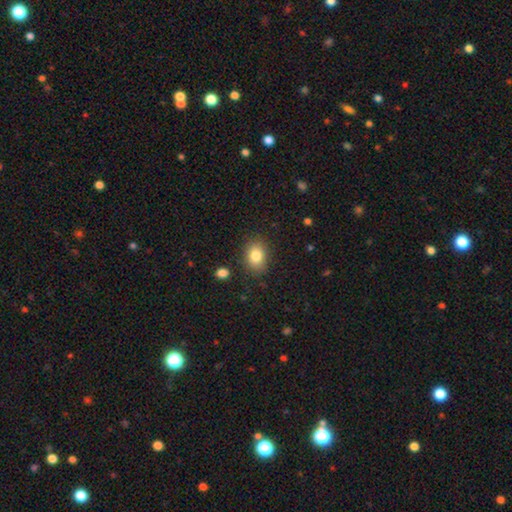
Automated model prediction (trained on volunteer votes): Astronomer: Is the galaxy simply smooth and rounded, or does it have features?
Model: smooth — 82%.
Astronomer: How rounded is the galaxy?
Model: in between — 67%.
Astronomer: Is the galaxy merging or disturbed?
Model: none — 84%.